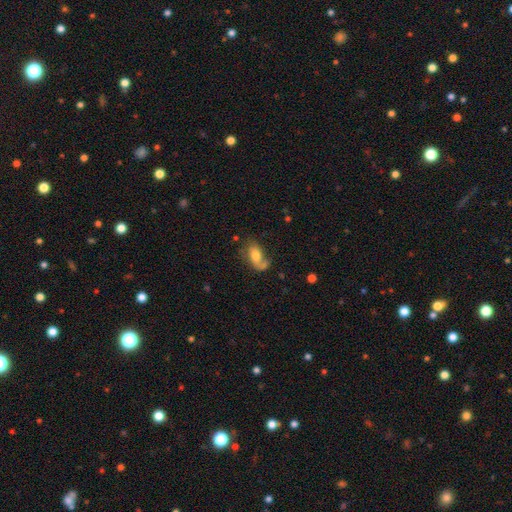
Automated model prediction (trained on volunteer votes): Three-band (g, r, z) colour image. It shows a smooth galaxy with no disk features (60%) that is in between round and cigar-shaped (88%). Merging: none (40%).